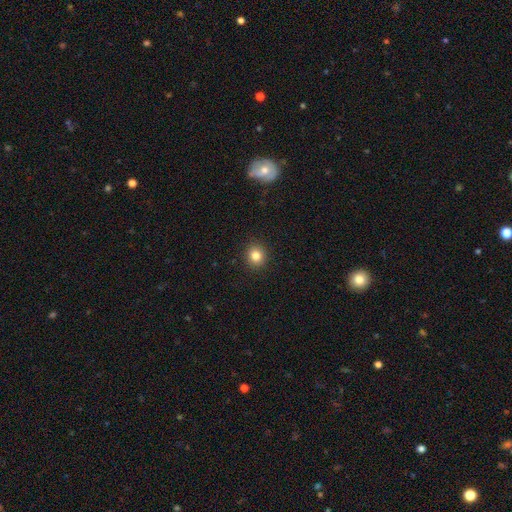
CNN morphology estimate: Smooth or featured? smooth (83%)
How rounded? round (89%)
Merging? none (92%)